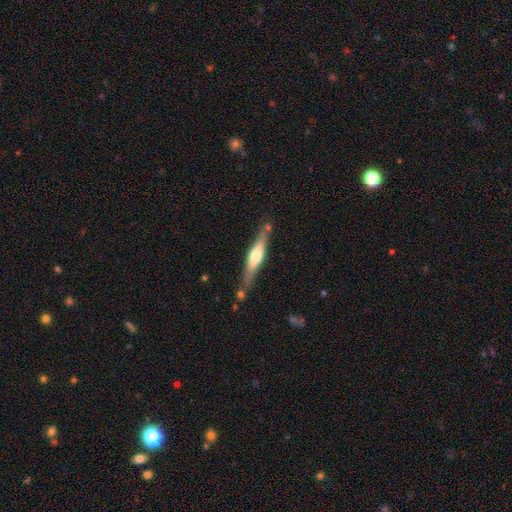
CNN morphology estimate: A featured or disk galaxy (60%) viewed edge-on (93%) with a rounded central bulge (83%). Merging: none (75%).